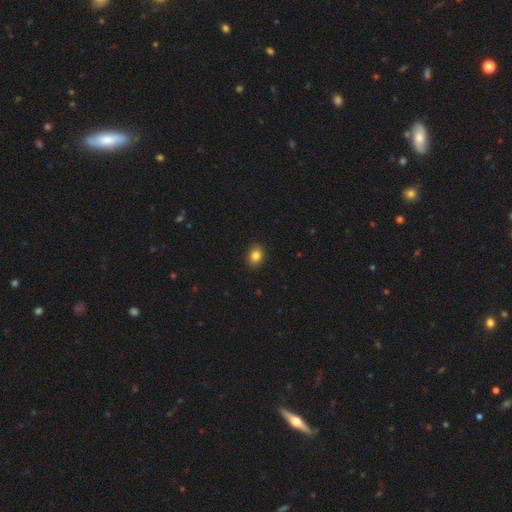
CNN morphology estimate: Smooth or featured: smooth — 84% (star or artifact — 10%)
How rounded: in between — 51% (round — 48%)
Merging: none — 90% (minor disturbance — 7%)